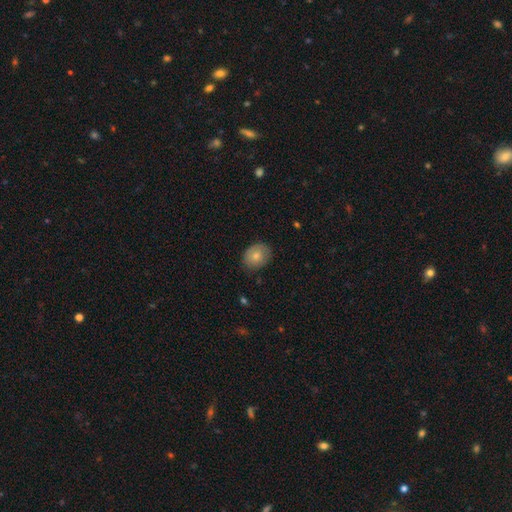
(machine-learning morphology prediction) Smooth or featured?
  - smooth: 79% *
  - featured or disk: 13%
  - star or artifact: 8%
How rounded?
  - in between: 53% *
  - round: 46%
  - cigar-shaped: 1%
Merging?
  - none: 82% *
  - minor disturbance: 14%
  - major disturbance: 3%
  - merger: 1%